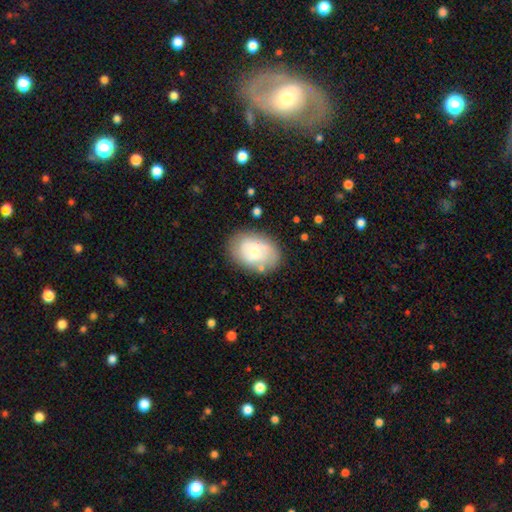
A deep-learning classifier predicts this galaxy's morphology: smooth 49%, featured or disk 44%, star or artifact 7%. Down the decision tree: merging — none (72%).